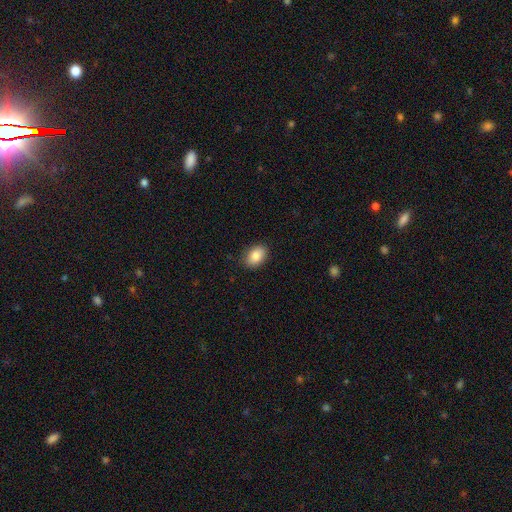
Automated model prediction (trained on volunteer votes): smooth 85%, star or artifact 8%, featured or disk 7%. Down the decision tree: how rounded — in between (84%); merging — none (88%).